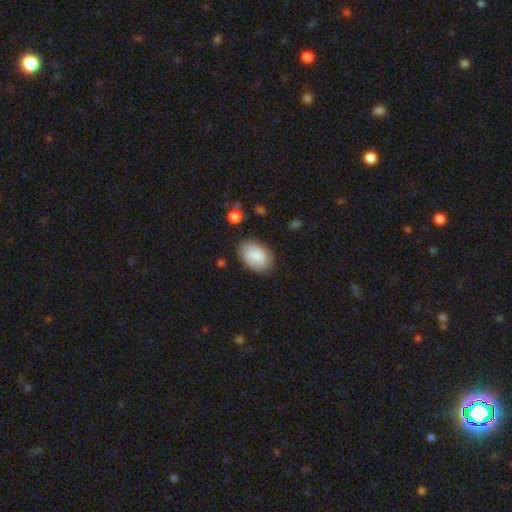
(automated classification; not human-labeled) smooth_or_featured: smooth (p=0.83) [alt: featured or disk p=0.10]
how_rounded: in between (p=0.87) [alt: round p=0.12]
merging: none (p=0.82) [alt: minor disturbance p=0.13]